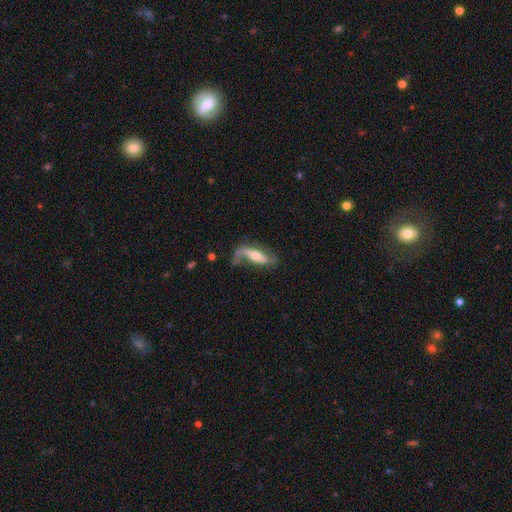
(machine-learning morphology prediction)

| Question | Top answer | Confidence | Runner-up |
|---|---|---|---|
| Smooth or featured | featured or disk | 72% | smooth (23%) |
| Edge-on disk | no | 74% | yes (26%) |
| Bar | no | 44% | strong (28%) |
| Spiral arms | yes | 85% | no (15%) |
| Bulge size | moderate | 62% | small (28%) |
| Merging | none | 48% | minor disturbance (25%) |